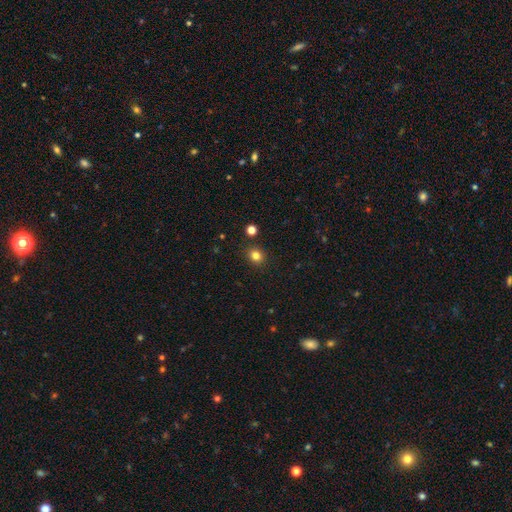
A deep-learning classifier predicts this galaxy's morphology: smooth 81%, star or artifact 14%, featured or disk 5%. Down the decision tree: how rounded — round (81%); merging — none (89%).